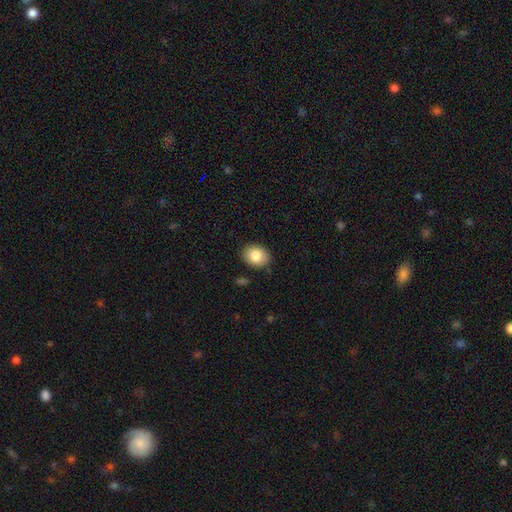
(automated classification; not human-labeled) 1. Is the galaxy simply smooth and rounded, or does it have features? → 85% smooth, 8% star or artifact, 7% featured or disk.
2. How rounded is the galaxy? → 59% in between, 40% round, 1% cigar-shaped.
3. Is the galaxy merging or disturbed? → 87% none, 10% minor disturbance, 2% major disturbance, 1% merger.